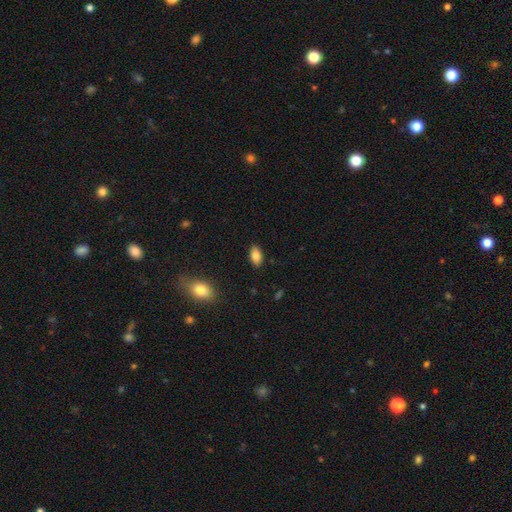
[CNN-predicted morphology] The model was most divided on "smooth or featured": smooth: 84%, star or artifact: 8%, featured or disk: 8%. More confident: how rounded — in between (92%); merging — none (88%).